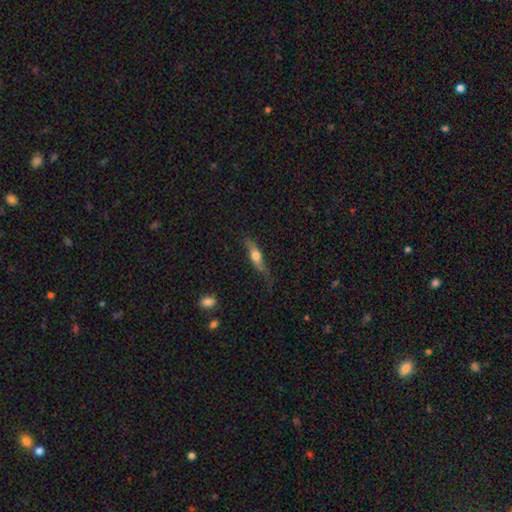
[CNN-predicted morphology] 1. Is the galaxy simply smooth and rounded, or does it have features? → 50% smooth, 43% featured or disk, 7% star or artifact.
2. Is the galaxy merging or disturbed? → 57% none, 30% minor disturbance, 11% major disturbance, 2% merger.